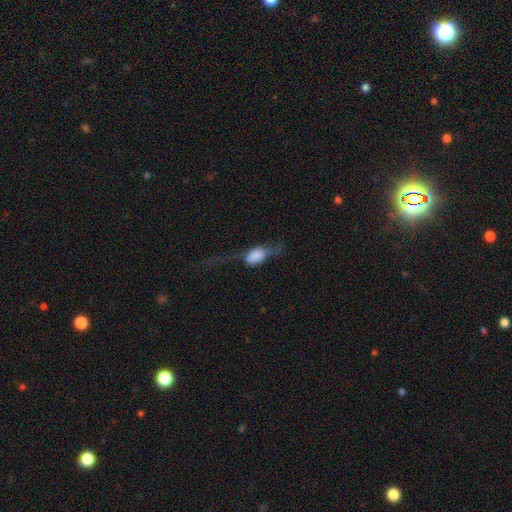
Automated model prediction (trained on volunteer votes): Morphology: type=smooth (59%); roundness=in between (83%); merging=major disturbance (55%).